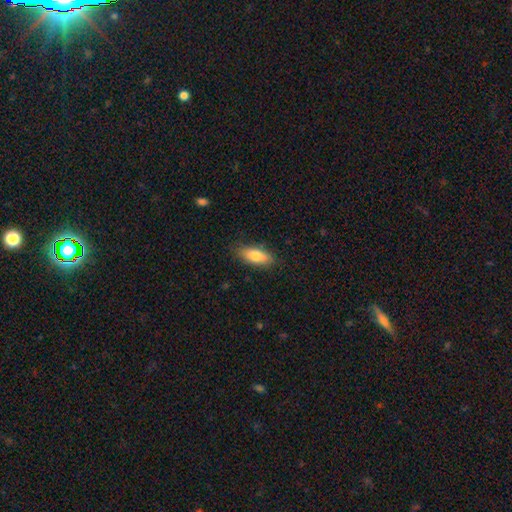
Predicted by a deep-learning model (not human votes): smooth 79%, featured or disk 14%, star or artifact 7%. Down the decision tree: how rounded — in between (78%); merging — none (84%).